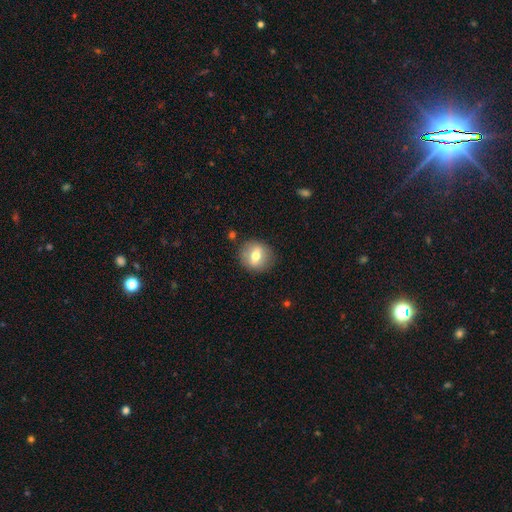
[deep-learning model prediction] A smooth galaxy with no disk features (57%) that is round (79%). Merging: none (86%).